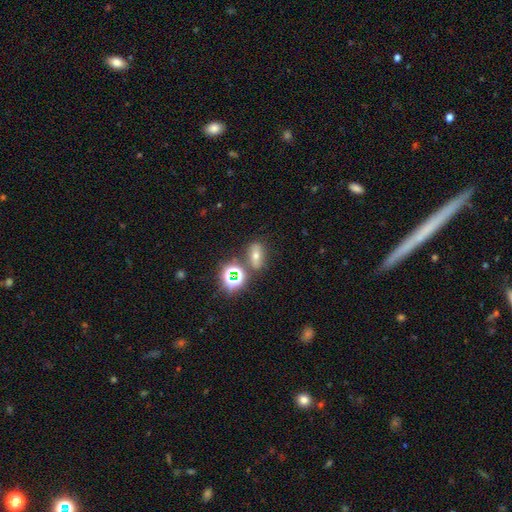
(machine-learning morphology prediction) smooth 45%, star or artifact 34%, featured or disk 22%. Down the decision tree: merging — none (72%).